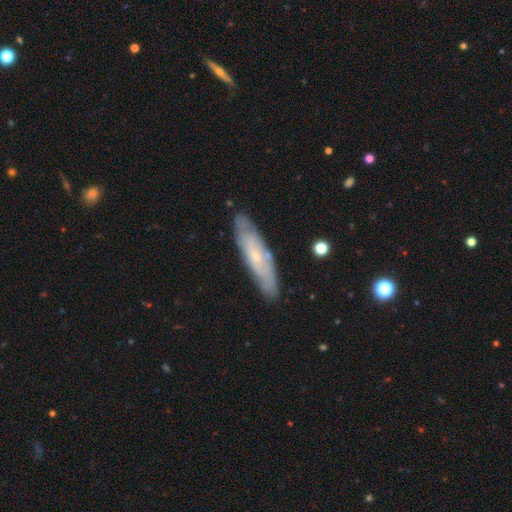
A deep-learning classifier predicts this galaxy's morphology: Q: Smooth or featured?
A: featured or disk (59%); runner-up: smooth (35%)
Q: Edge-on disk?
A: no (61%); runner-up: yes (39%)
Q: Merging?
A: none (83%); runner-up: minor disturbance (13%)